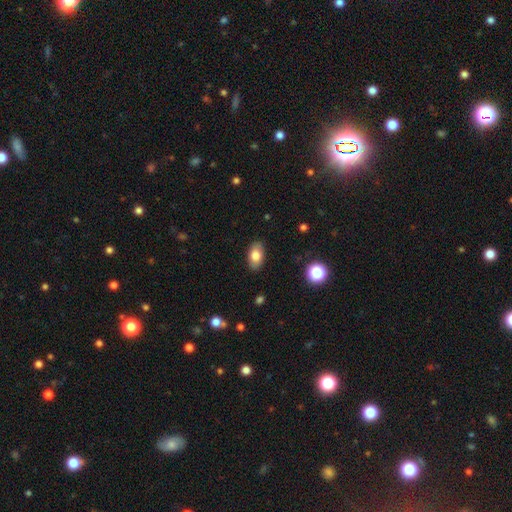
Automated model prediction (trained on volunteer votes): smooth_or_featured: smooth (p=0.80) [alt: featured or disk p=0.12]
how_rounded: in between (p=0.92) [alt: round p=0.07]
merging: none (p=0.88) [alt: minor disturbance p=0.09]